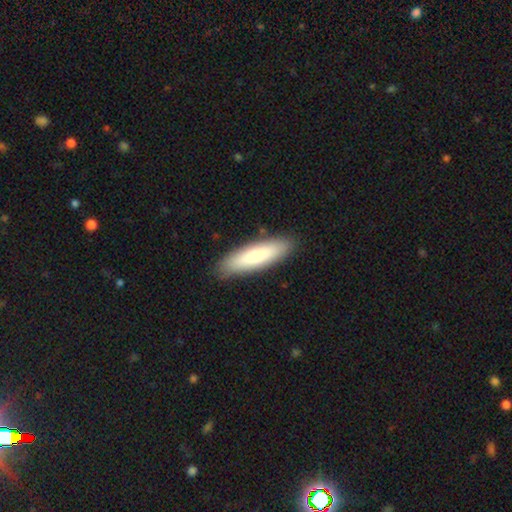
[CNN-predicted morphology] Smooth or featured: smooth — 71% (featured or disk — 23%)
How rounded: cigar-shaped — 62% (in between — 36%)
Merging: none — 89% (minor disturbance — 8%)